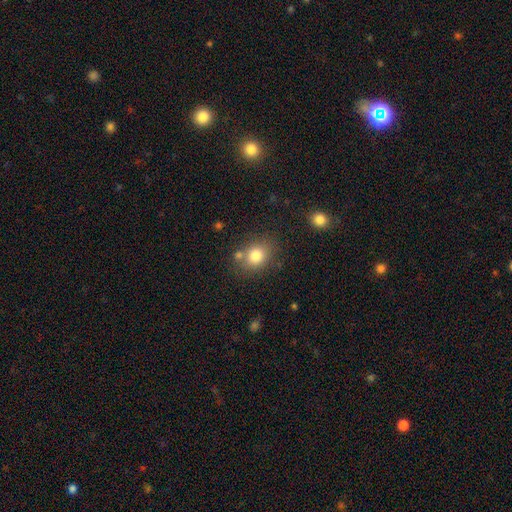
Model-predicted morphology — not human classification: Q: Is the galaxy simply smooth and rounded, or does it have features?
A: smooth — 79%.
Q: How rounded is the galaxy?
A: round — 54%.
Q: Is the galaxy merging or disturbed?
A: none — 68%.